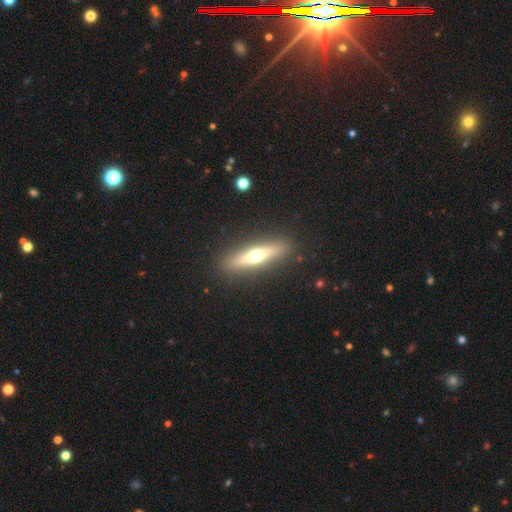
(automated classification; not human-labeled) The model was most divided on "smooth or featured": featured or disk: 56%, smooth: 38%, star or artifact: 6%. More confident: edge-on bulge — rounded (94%); edge-on disk — yes (93%); merging — none (90%).